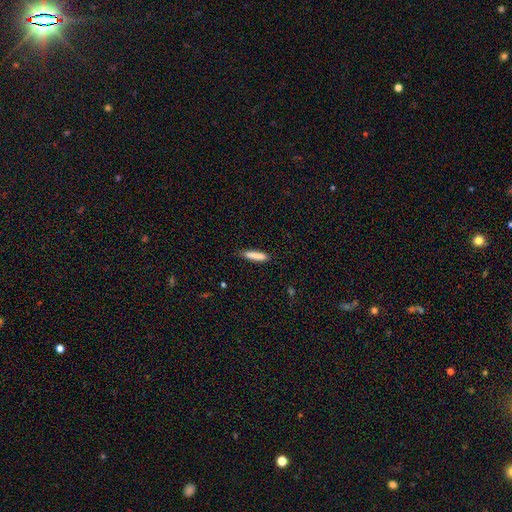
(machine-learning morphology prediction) Overall: smooth (86%). How rounded: cigar-shaped (83%). Merging: none (84%).